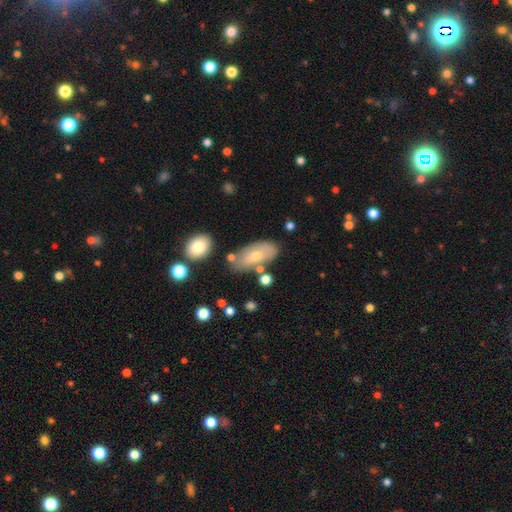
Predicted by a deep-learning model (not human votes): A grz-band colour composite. It shows a smooth galaxy with no disk features (63%) that is in between round and cigar-shaped (89%). Merging: none (69%).